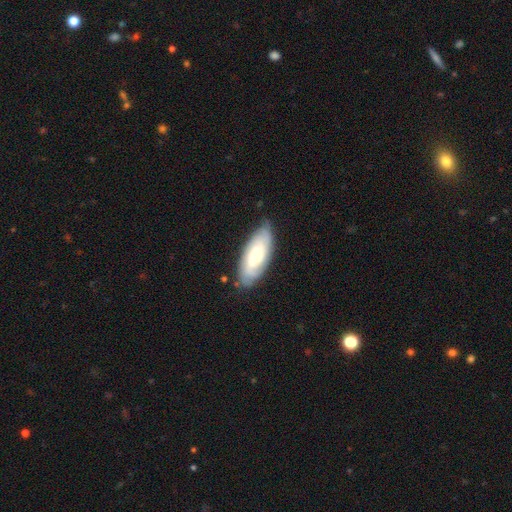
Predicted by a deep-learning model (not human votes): A featured or disk galaxy (48%). Merging: none (74%).